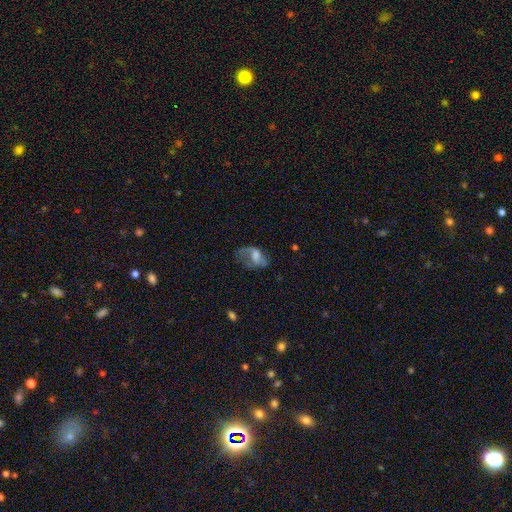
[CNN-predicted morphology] Overall: featured or disk (46%; smooth 45%). Merging: major disturbance (39%; none 34%).